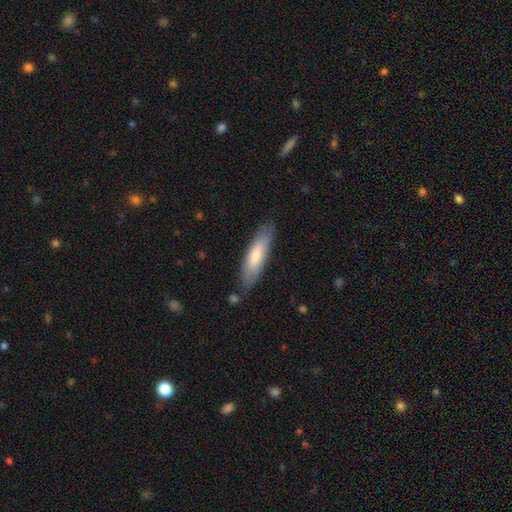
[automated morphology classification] Smooth or featured? smooth (71%)
How rounded? cigar-shaped (64%)
Merging? none (79%)